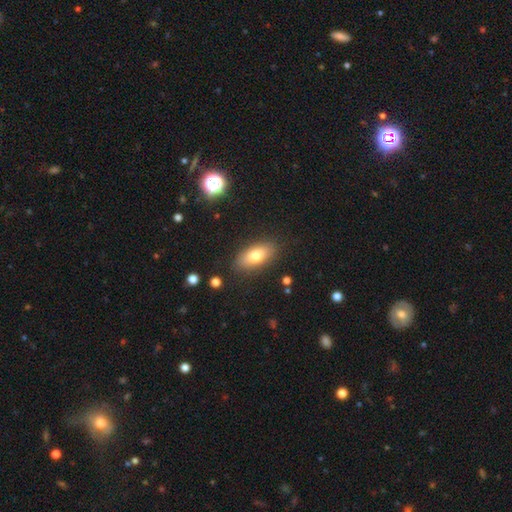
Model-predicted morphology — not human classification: Smooth or featured? Predicted: smooth (p=0.75). How rounded? Predicted: in between (p=0.85). Merging? Predicted: none (p=0.85).